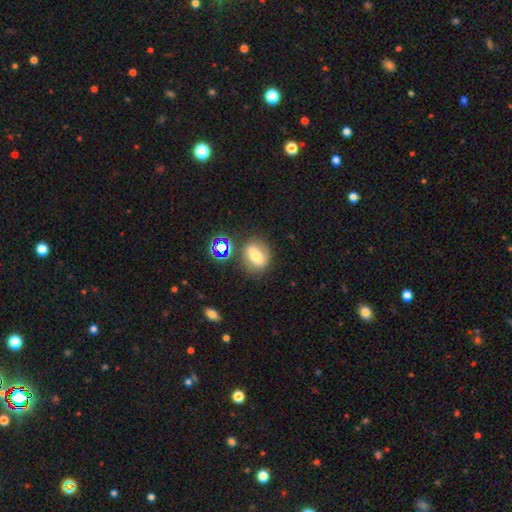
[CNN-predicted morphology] This is possibly a smooth galaxy (56%). How rounded: possibly in between (56%). Merging: likely none (75%).